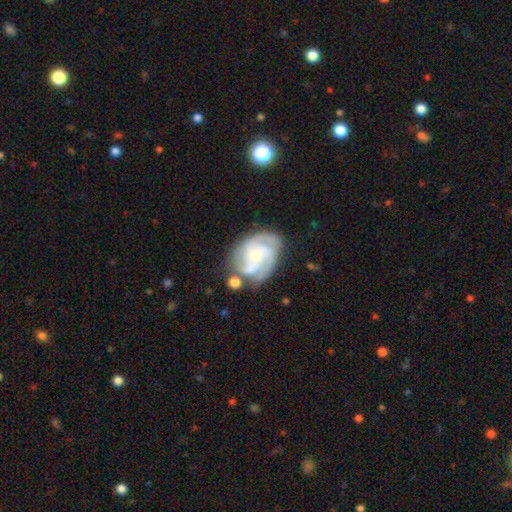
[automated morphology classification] smooth_or_featured: featured or disk (p=0.87) [alt: smooth p=0.08]
disk_edge_on: no (p=0.98) [alt: yes p=0.02]
bar: no (p=0.66) [alt: weak p=0.28]
has_spiral_arms: yes (p=0.97) [alt: no p=0.03]
spiral_winding: tight (p=0.58) [alt: medium p=0.36]
spiral_arm_count: 3 (p=0.51) [alt: 2 p=0.15]
bulge_size: small (p=0.61) [alt: moderate p=0.35]
merging: none (p=0.64) [alt: minor disturbance p=0.21]